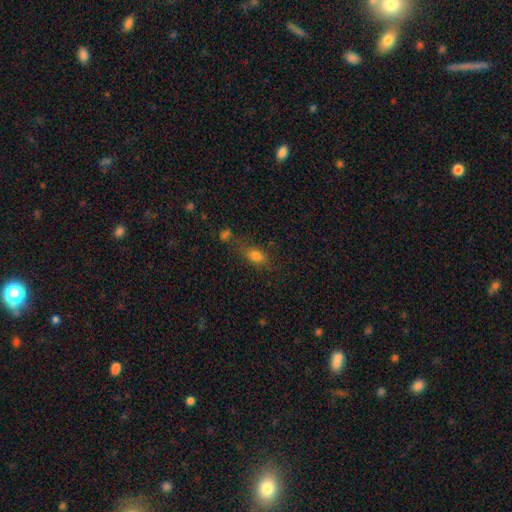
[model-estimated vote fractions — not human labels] A smooth galaxy with no disk features (76%) that is in between round and cigar-shaped (75%). Merging: none (57%).